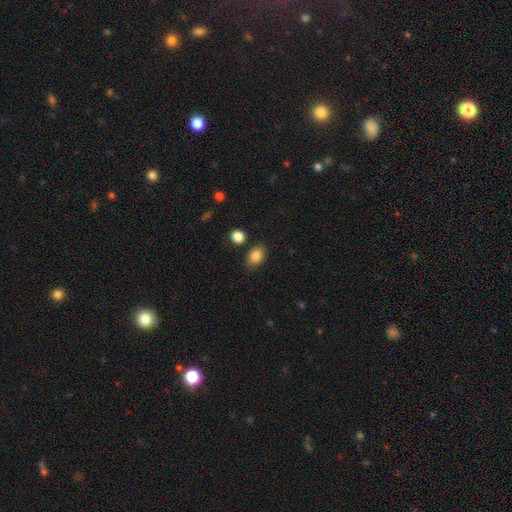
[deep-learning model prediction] This appears to be a smooth galaxy with no disk features (86%) that is in between round and cigar-shaped (76%). Merging: none (80%).